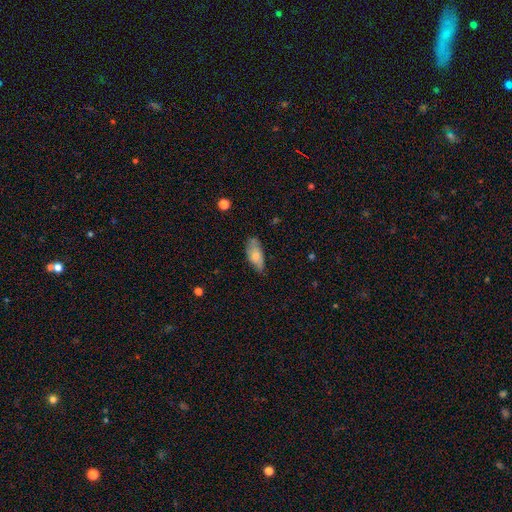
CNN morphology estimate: A smooth galaxy with no disk features (72%) that is in between round and cigar-shaped (85%). Merging: none (64%).